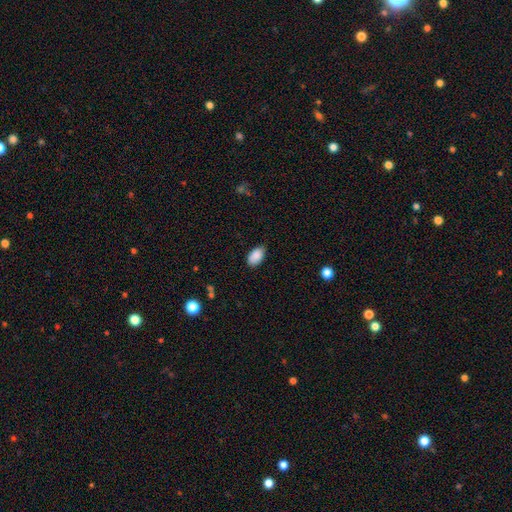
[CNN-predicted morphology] A smooth galaxy with no disk features (89%) that is in between round and cigar-shaped (93%).

Vote fractions:
- Smooth or featured? smooth: 89% / star or artifact: 7% / featured or disk: 4%
- How rounded? in between: 93% / round: 6% / cigar-shaped: 1%
- Merging? none: 75% / minor disturbance: 20% / major disturbance: 3% / merger: 1%